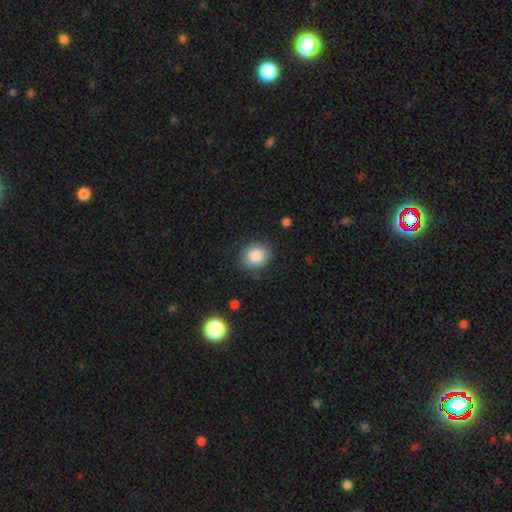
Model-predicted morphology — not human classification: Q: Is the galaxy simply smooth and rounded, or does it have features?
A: smooth — 86%.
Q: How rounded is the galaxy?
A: round — 63%.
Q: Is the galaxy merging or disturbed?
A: none — 82%.